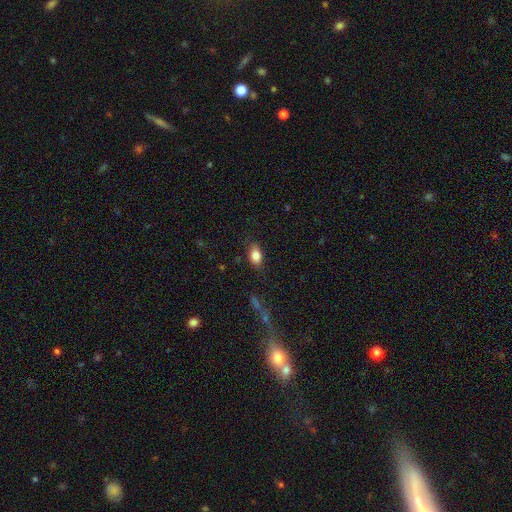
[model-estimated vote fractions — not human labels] The model was most divided on "merging": none: 80%, minor disturbance: 15%, major disturbance: 4%, merger: 1%. More confident: how rounded — in between (84%); smooth or featured — smooth (82%).